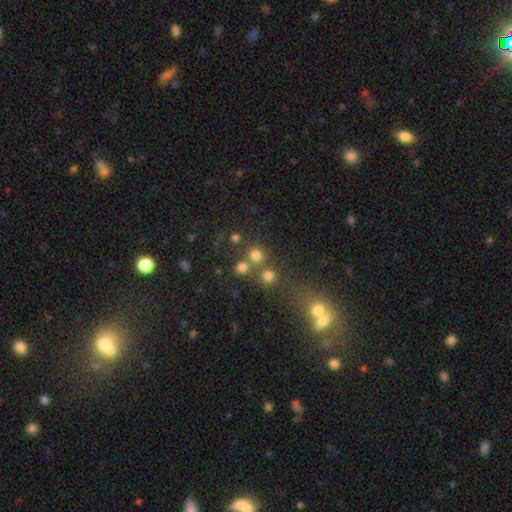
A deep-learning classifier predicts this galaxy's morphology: Smooth or featured? smooth (72%)
How rounded? round (90%)
Merging? none (65%)